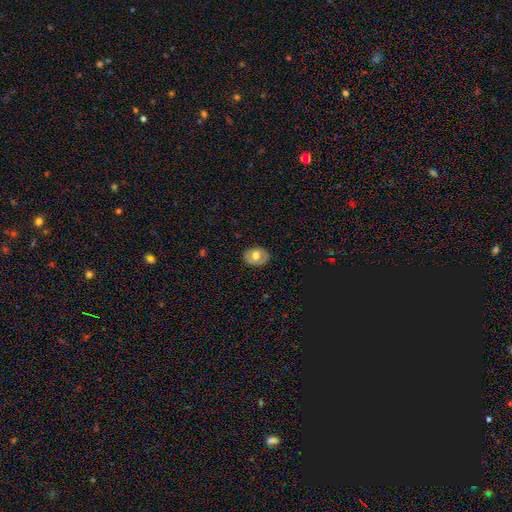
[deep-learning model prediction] smooth 57%, featured or disk 36%, star or artifact 7%. Down the decision tree: how rounded — in between (54%); merging — none (83%).